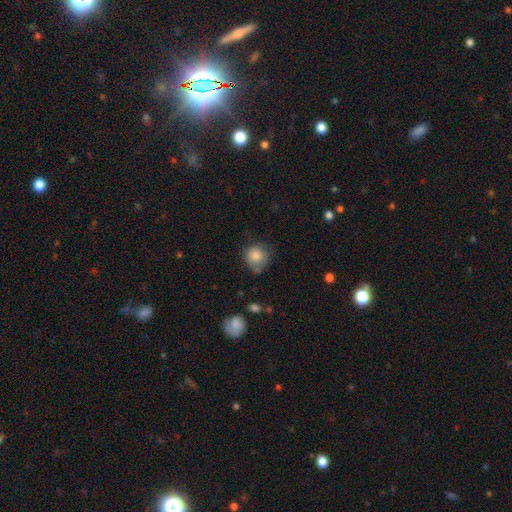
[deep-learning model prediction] Smooth or featured: smooth — 83% (star or artifact — 9%)
How rounded: round — 87% (in between — 12%)
Merging: none — 59% (minor disturbance — 29%)